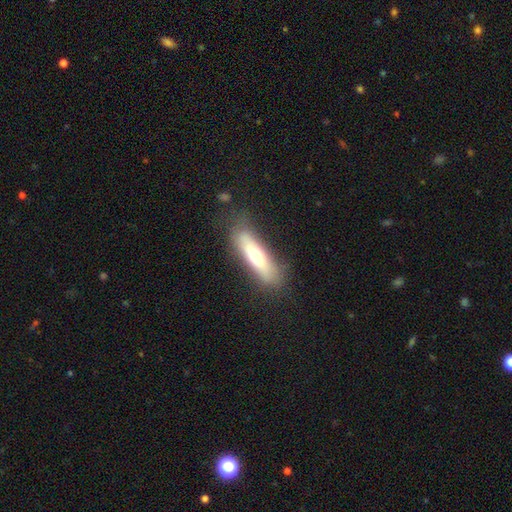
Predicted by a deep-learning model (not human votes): Smooth or featured: smooth — 59% (featured or disk — 34%)
How rounded: cigar-shaped — 68% (in between — 30%)
Merging: none — 76% (minor disturbance — 16%)